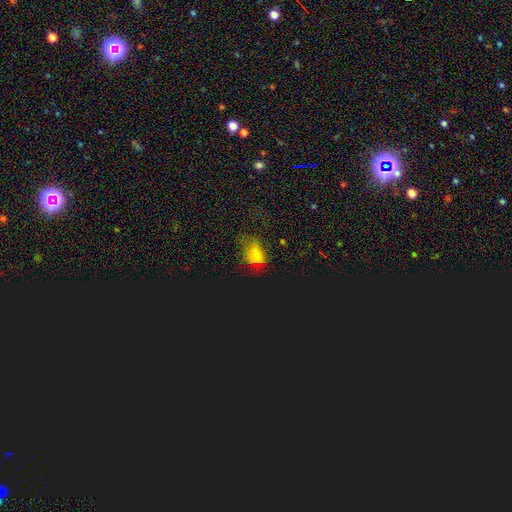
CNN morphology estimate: Q: Smooth or featured?
A: smooth (57%); runner-up: star or artifact (30%)
Q: How rounded?
A: in between (70%); runner-up: round (28%)
Q: Merging?
A: none (43%); runner-up: major disturbance (28%)